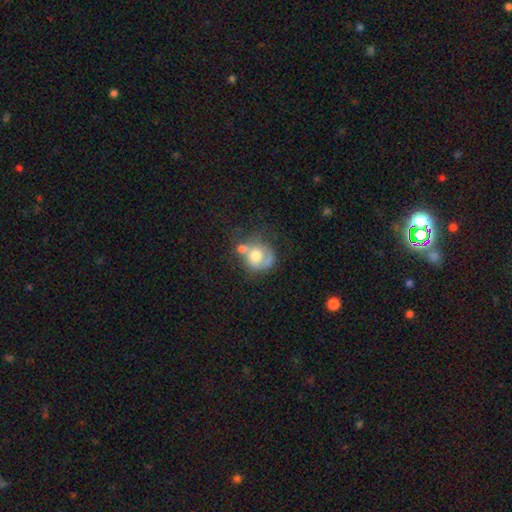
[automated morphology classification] Smooth or featured: smooth — 53% (featured or disk — 39%)
How rounded: round — 74% (in between — 25%)
Merging: merger — 38% (none — 28%)